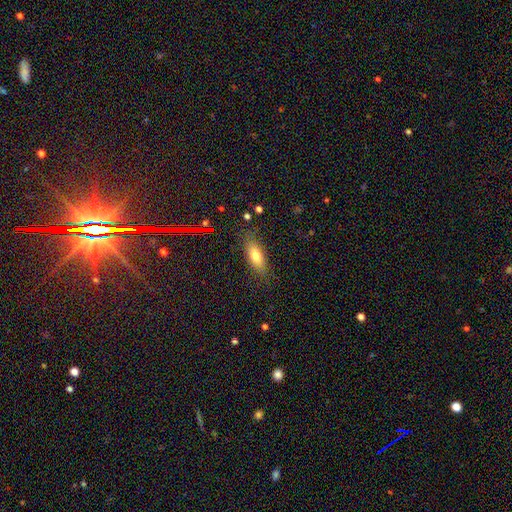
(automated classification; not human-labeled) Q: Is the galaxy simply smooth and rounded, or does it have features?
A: smooth — 73%.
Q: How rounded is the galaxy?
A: in between — 72%.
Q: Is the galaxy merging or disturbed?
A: none — 81%.